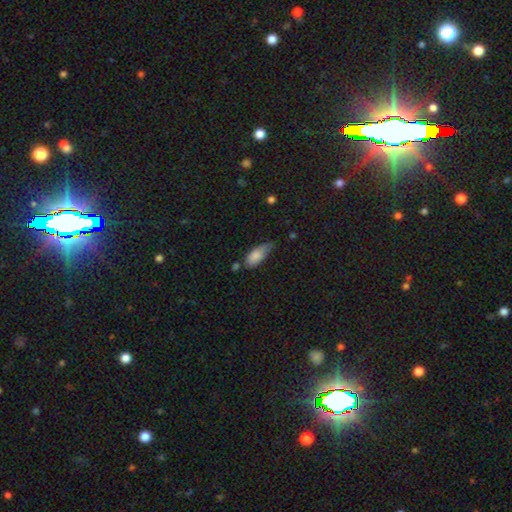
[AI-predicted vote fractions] A smooth galaxy with no disk features (82%) that is in between round and cigar-shaped (82%). Merging: minor disturbance (43%).